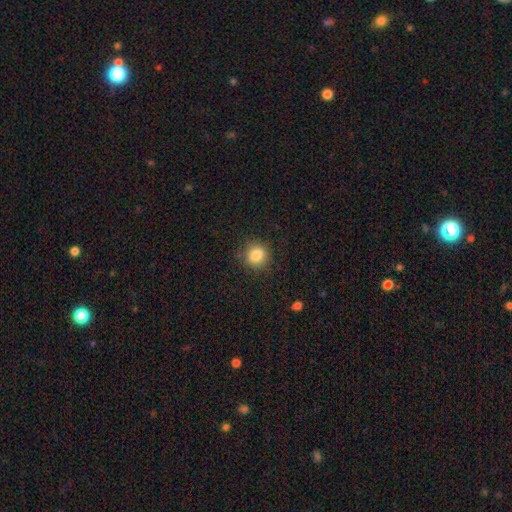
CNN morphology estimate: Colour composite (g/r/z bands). It shows a smooth galaxy with no disk features (84%) that is round (77%). Merging: none (85%).